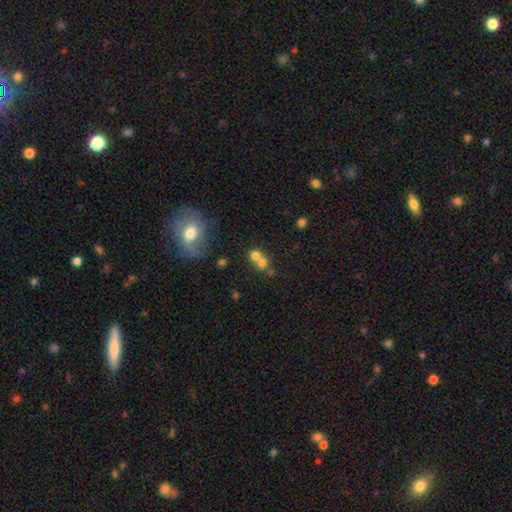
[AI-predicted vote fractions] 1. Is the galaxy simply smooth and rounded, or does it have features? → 70% smooth, 16% featured or disk, 14% star or artifact.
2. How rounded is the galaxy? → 78% round, 21% in between, 1% cigar-shaped.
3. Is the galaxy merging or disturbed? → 56% merger, 34% none, 6% minor disturbance, 4% major disturbance.